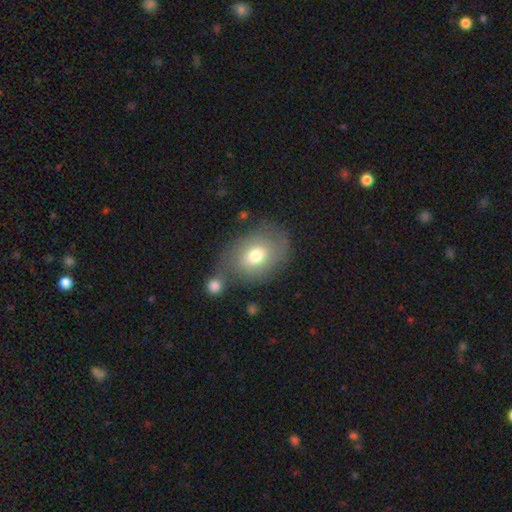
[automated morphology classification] smooth_or_featured: smooth (p=0.62) [alt: featured or disk p=0.30]
how_rounded: in between (p=0.69) [alt: round p=0.30]
merging: none (p=0.54) [alt: minor disturbance p=0.19]